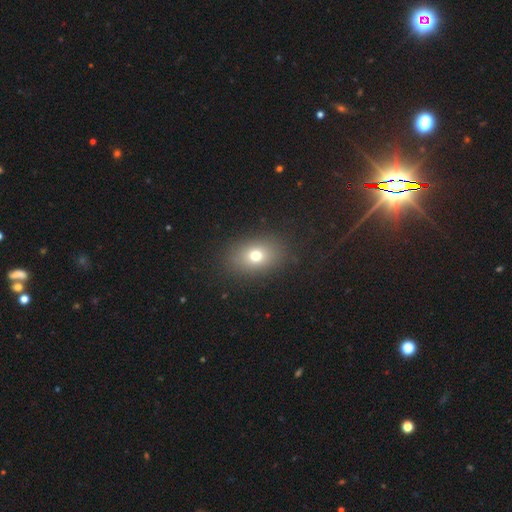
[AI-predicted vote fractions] Q: Smooth or featured?
A: smooth (73%); runner-up: star or artifact (14%)
Q: How rounded?
A: in between (71%); runner-up: round (28%)
Q: Merging?
A: none (86%); runner-up: minor disturbance (9%)